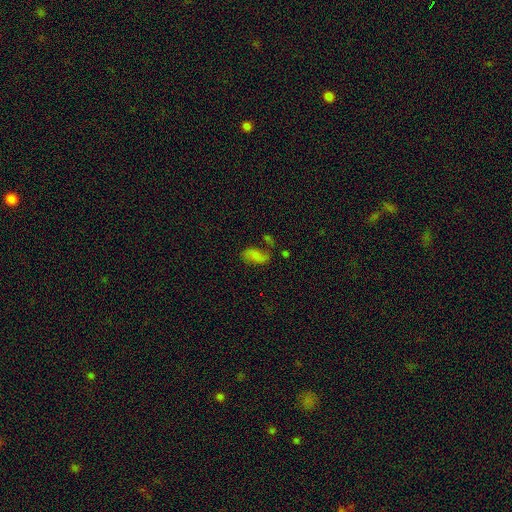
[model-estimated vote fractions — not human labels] Overall: smooth (46%; featured or disk 40%). Merging: none (47%; minor disturbance 21%).